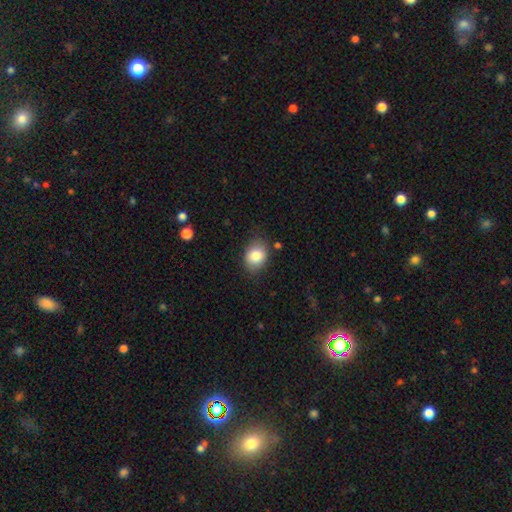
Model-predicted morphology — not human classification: A smooth galaxy with no disk features (83%) that is in between round and cigar-shaped (61%). Merging: none (80%).